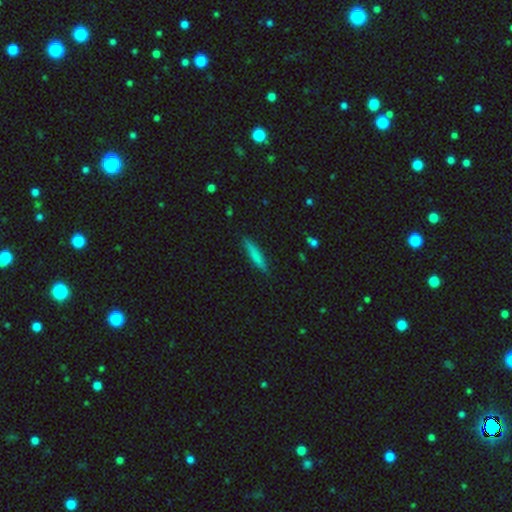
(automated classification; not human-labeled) Overall: smooth (74%). How rounded: cigar-shaped (89%). Merging: none (87%).